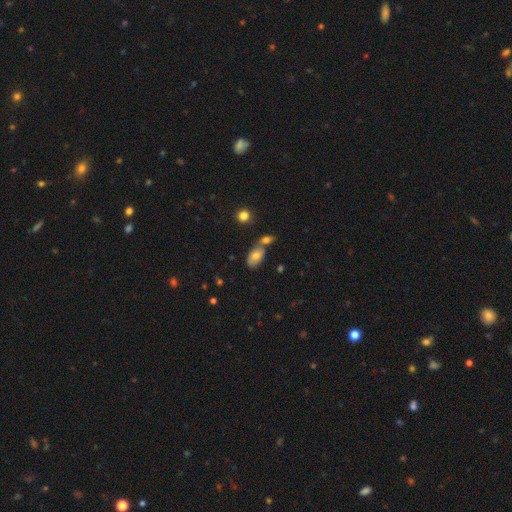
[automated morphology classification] smooth 71%, featured or disk 19%, star or artifact 10%. Down the decision tree: how rounded — in between (91%); merging — none (49%).